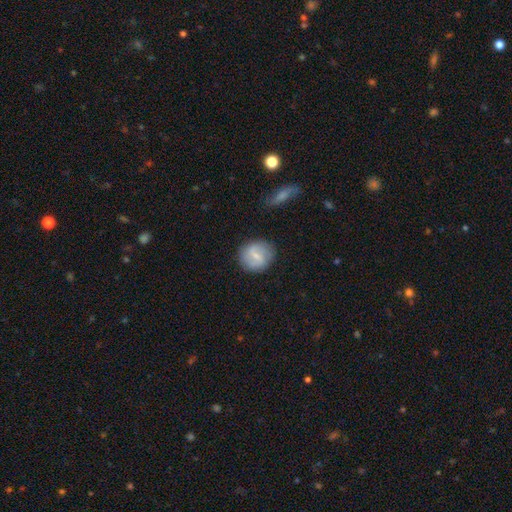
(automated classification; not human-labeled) A featured or disk galaxy (48%).

Vote fractions:
- Smooth or featured? featured or disk: 48% / smooth: 45% / star or artifact: 7%
- Merging? none: 83% / minor disturbance: 12% / major disturbance: 3% / merger: 2%